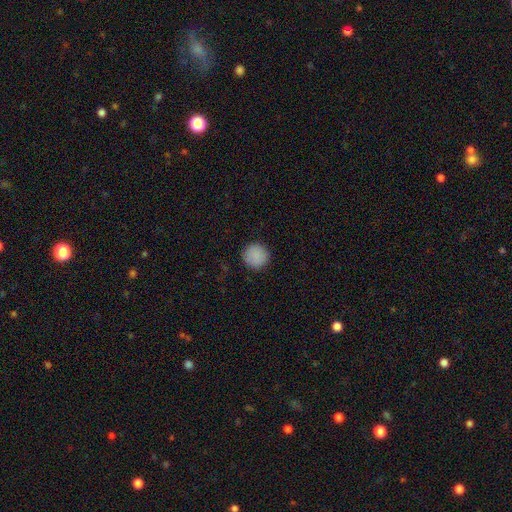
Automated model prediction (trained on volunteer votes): Overall: smooth (88%). How rounded: round (95%). Merging: none (91%).